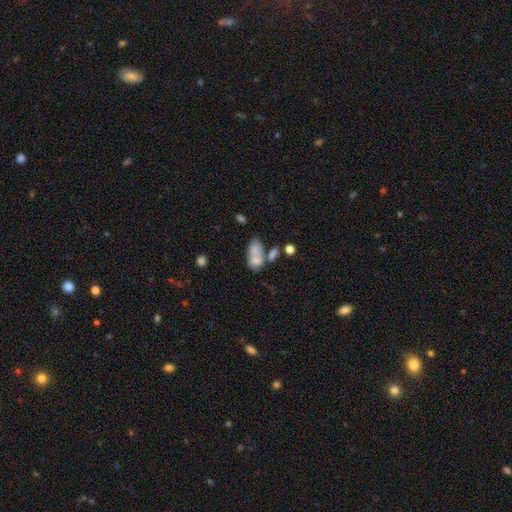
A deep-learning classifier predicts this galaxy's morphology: Smooth or featured: smooth — 69% (featured or disk — 21%)
How rounded: in between — 88% (round — 9%)
Merging: merger — 52% (none — 23%)